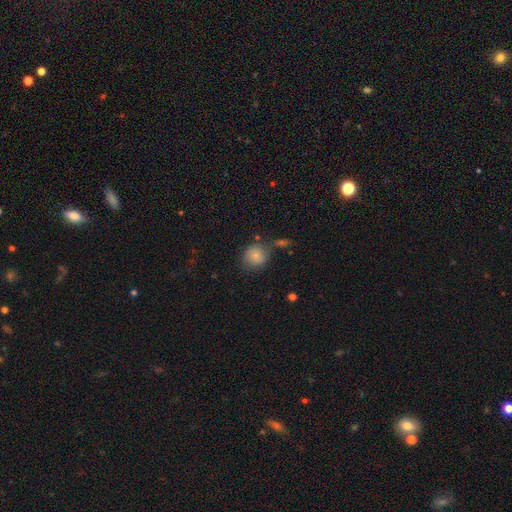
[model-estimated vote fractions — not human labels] A smooth galaxy with no disk features (82%) that is round (86%).

Vote fractions:
- Smooth or featured? smooth: 82% / star or artifact: 10% / featured or disk: 9%
- How rounded? round: 86% / in between: 13% / cigar-shaped: 1%
- Merging? none: 66% / minor disturbance: 17% / merger: 11% / major disturbance: 6%